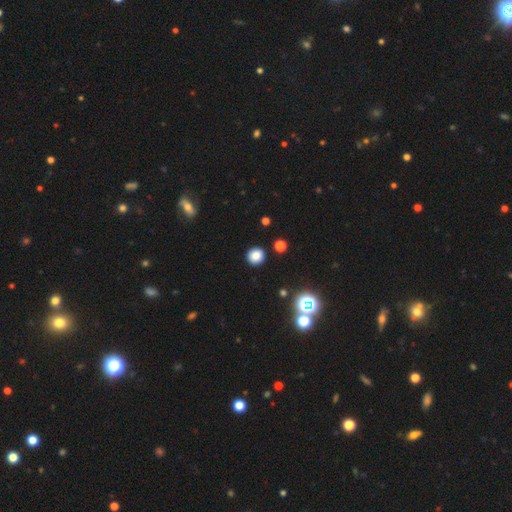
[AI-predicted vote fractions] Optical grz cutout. It shows a smooth galaxy with no disk features (81%) that is round (92%). Merging: none (91%).